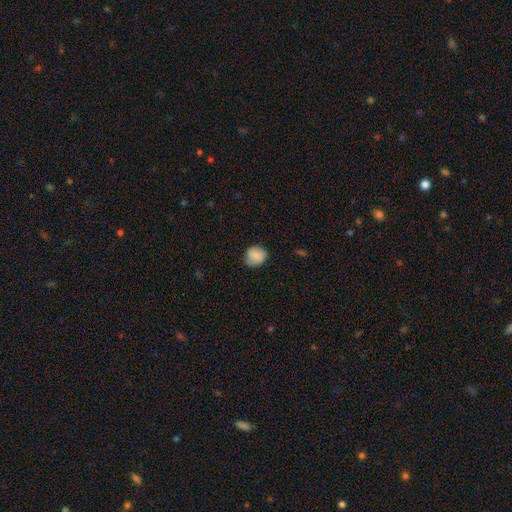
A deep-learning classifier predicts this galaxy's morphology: Smooth or featured? Predicted: smooth (p=0.79). How rounded? Predicted: round (p=0.72). Merging? Predicted: none (p=0.70).